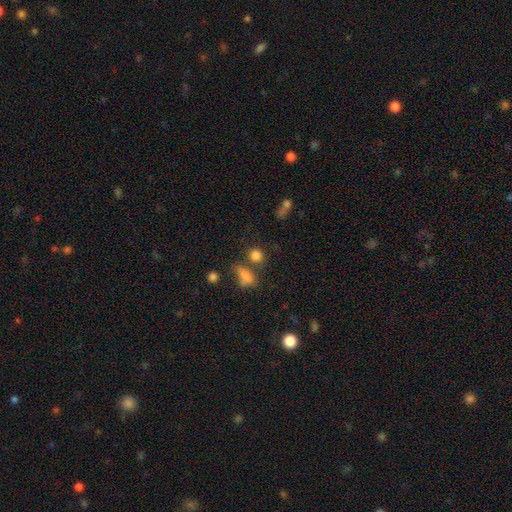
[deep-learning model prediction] Smooth or featured? smooth (81%)
How rounded? round (64%)
Merging? none (60%)